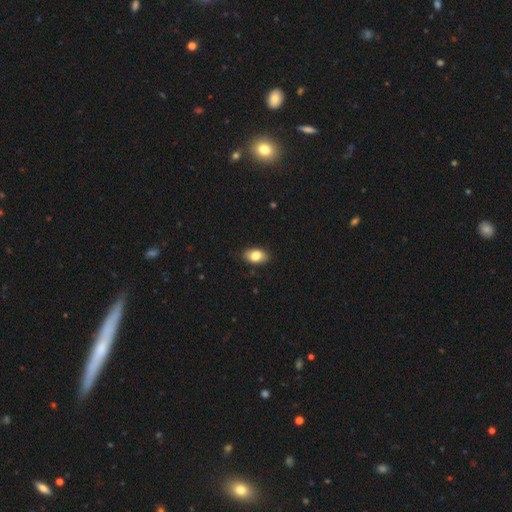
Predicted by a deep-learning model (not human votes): This appears to be a smooth galaxy with no disk features (83%) that is in between round and cigar-shaped (89%). Merging: none (88%).